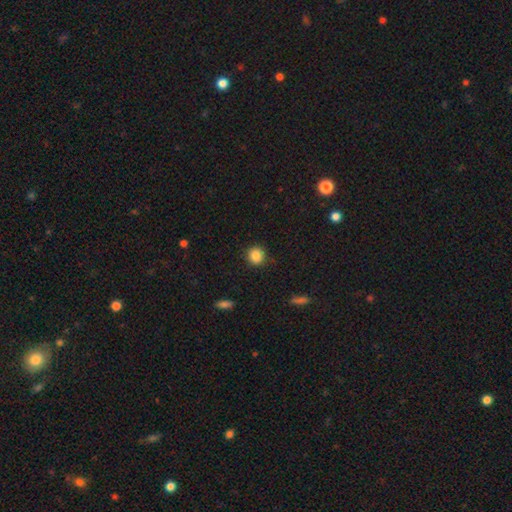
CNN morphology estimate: This appears to be a smooth galaxy with no disk features (86%) that is round (88%). Merging: none (89%).